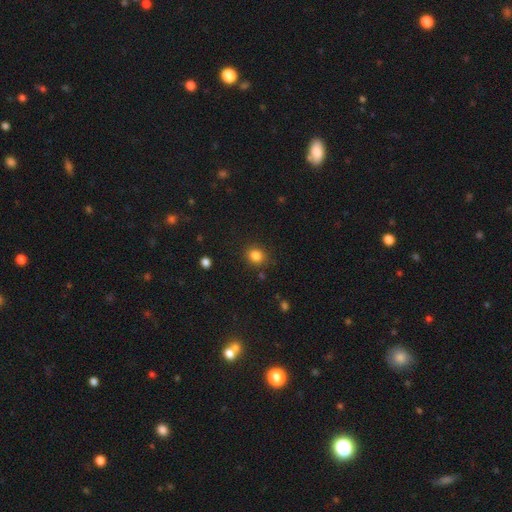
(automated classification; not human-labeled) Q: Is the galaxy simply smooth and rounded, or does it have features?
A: smooth — 84%.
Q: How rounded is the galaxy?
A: round — 74%.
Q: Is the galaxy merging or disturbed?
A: none — 86%.